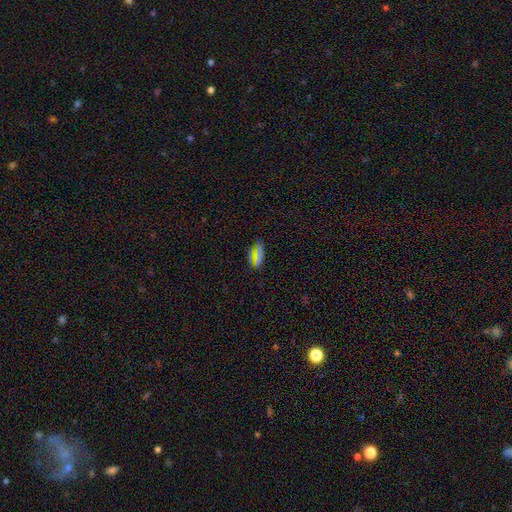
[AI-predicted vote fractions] smooth 63%, star or artifact 27%, featured or disk 11%. Down the decision tree: how rounded — in between (67%); merging — none (75%).